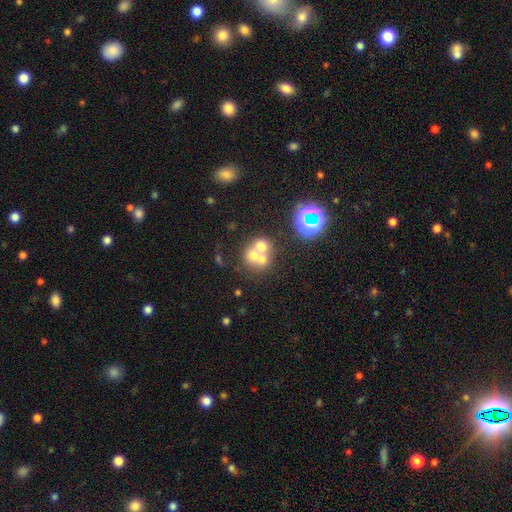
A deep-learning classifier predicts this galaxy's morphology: smooth_or_featured: smooth (p=0.55) [alt: featured or disk p=0.27]
how_rounded: round (p=0.79) [alt: in between p=0.20]
merging: merger (p=0.59) [alt: none p=0.31]